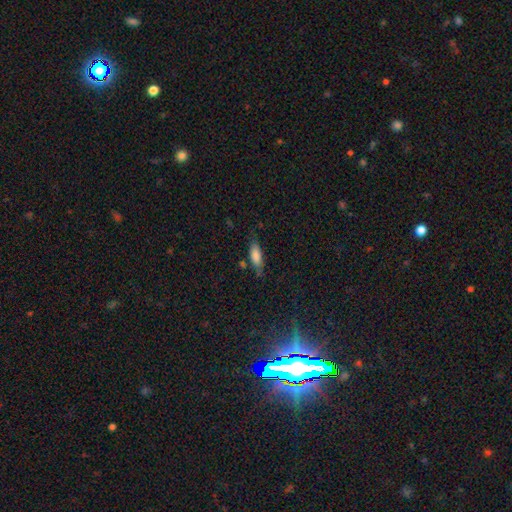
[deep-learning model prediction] This is likely a smooth galaxy (79%). How rounded: likely in between (60%). Merging: likely none (68%).